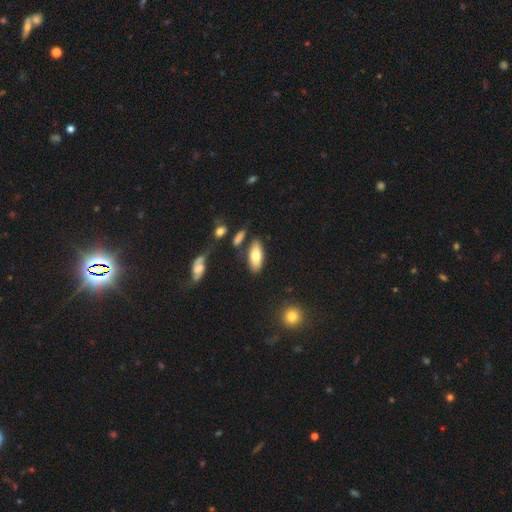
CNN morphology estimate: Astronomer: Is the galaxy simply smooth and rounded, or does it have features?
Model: smooth — 72%.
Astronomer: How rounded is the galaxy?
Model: in between — 85%.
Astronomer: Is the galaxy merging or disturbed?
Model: none — 77%.